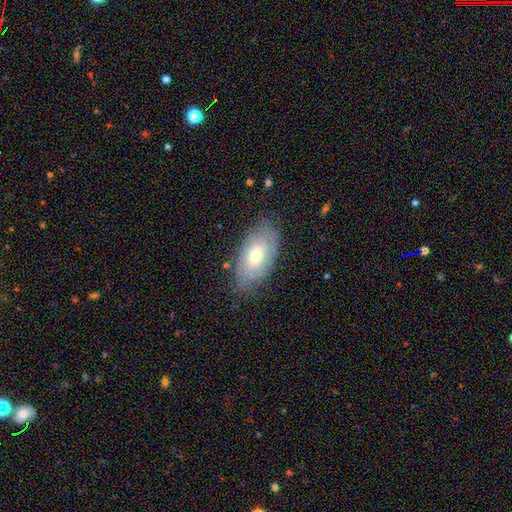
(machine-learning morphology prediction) A featured or disk galaxy (51%).

Vote fractions:
- Smooth or featured? featured or disk: 51% / smooth: 41% / star or artifact: 8%
- Edge-on disk? no: 88% / yes: 12%
- Merging? none: 77% / minor disturbance: 17% / major disturbance: 4% / merger: 1%